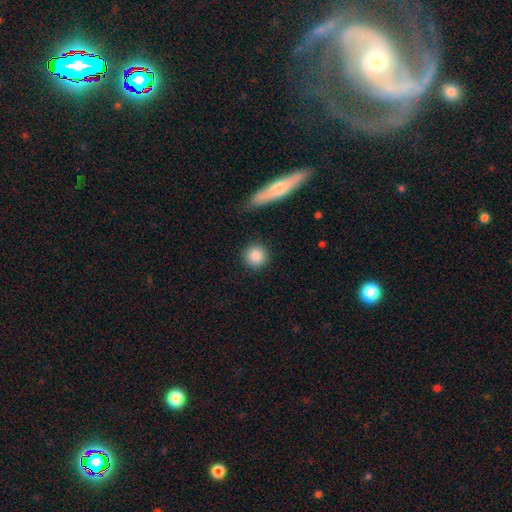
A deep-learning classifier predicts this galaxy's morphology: The model was most divided on "smooth or featured": smooth: 87%, star or artifact: 8%, featured or disk: 5%. More confident: how rounded — round (92%); merging — none (89%).